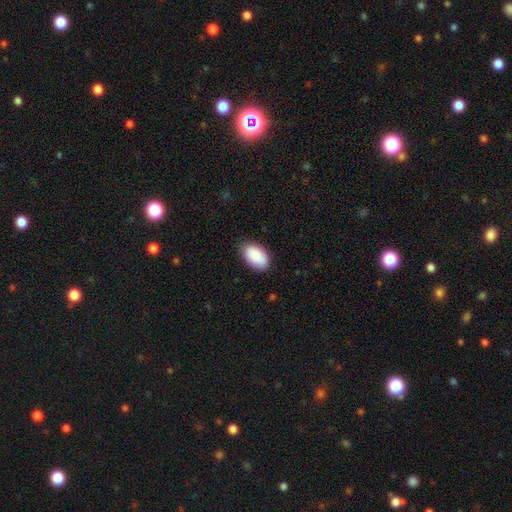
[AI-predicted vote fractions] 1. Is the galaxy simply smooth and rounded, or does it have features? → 90% smooth, 6% star or artifact, 4% featured or disk.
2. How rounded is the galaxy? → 95% in between, 3% round, 1% cigar-shaped.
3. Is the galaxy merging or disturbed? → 82% none, 14% minor disturbance, 2% major disturbance, 1% merger.